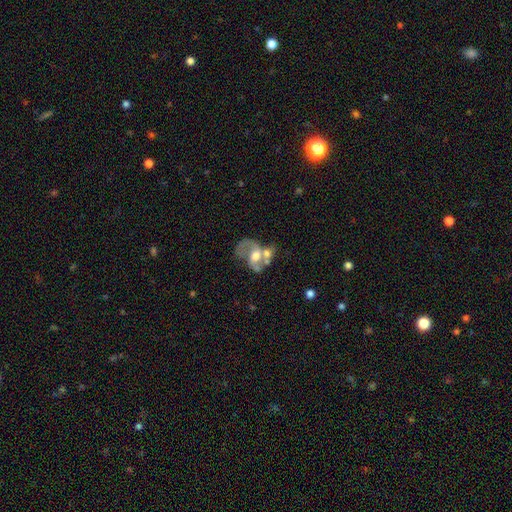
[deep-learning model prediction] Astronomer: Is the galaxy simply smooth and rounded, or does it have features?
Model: featured or disk — 66%.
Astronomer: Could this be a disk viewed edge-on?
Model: no — 97%.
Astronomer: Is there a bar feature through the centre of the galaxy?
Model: no — 60%.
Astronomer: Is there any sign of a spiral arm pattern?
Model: yes — 58% (runner-up: no, 42%).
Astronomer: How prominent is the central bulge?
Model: moderate — 57%.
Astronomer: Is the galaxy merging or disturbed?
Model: merger — 43% (runner-up: none, 22%).